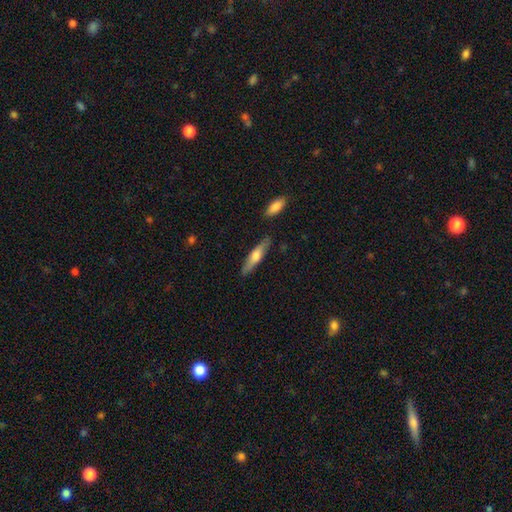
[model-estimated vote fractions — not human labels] Morphology: type=smooth (52%); roundness=cigar-shaped (78%); merging=none (84%).